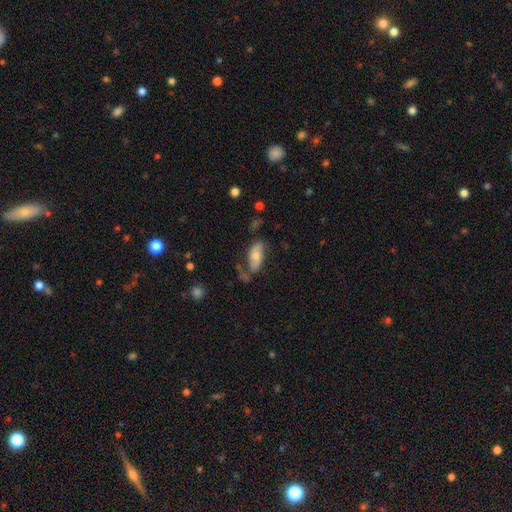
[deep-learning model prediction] This is likely a smooth galaxy (60%). How rounded: clearly in between (88%). Merging: possibly none (52%).